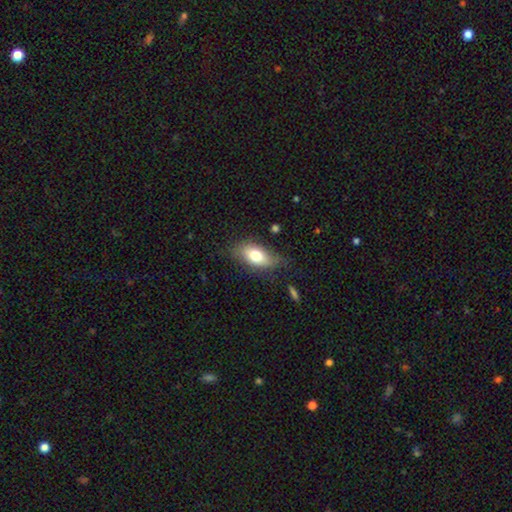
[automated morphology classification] type=smooth (73%); roundness=in between (88%); merging=none (68%).